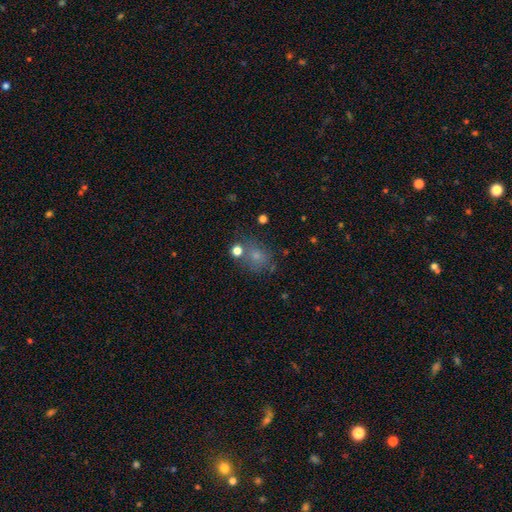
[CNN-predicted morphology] smooth-or-featured: smooth: 69% | star or artifact: 19% | featured or disk: 12%
  how-rounded: round: 69% | in between: 30% | cigar-shaped: 1%
  merging: none: 65% | minor disturbance: 15% | merger: 13% | major disturbance: 7%